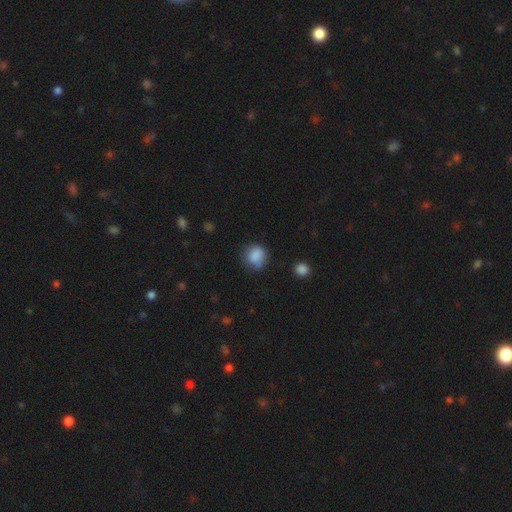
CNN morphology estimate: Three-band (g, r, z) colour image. It shows a smooth galaxy with no disk features (85%) that is round (81%). Merging: none (70%).